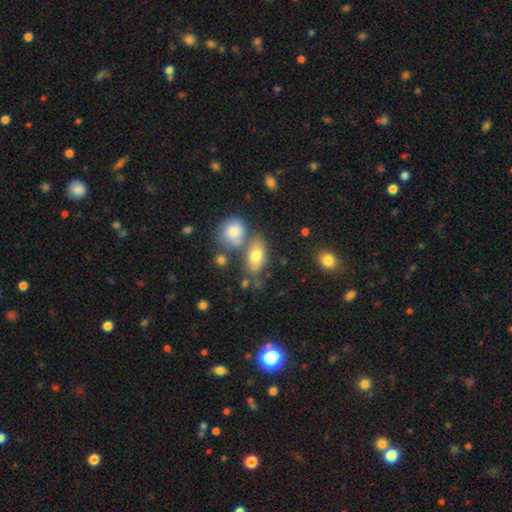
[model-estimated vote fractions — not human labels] Smooth or featured? smooth (75%)
How rounded? in between (85%)
Merging? none (54%)